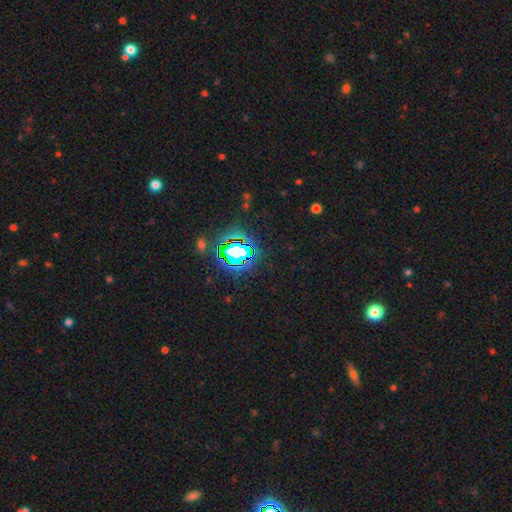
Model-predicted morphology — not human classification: Q: Smooth or featured?
A: star or artifact (83%); runner-up: smooth (10%)